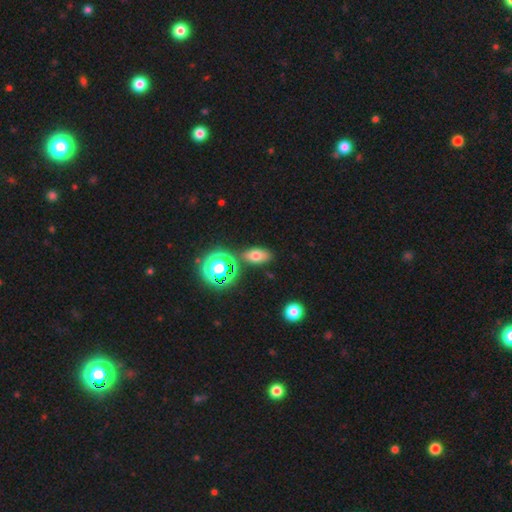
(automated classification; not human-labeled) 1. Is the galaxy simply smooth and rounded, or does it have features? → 64% smooth, 23% star or artifact, 13% featured or disk.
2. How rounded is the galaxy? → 80% in between, 15% round, 5% cigar-shaped.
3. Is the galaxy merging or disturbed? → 80% none, 11% minor disturbance, 6% merger, 4% major disturbance.